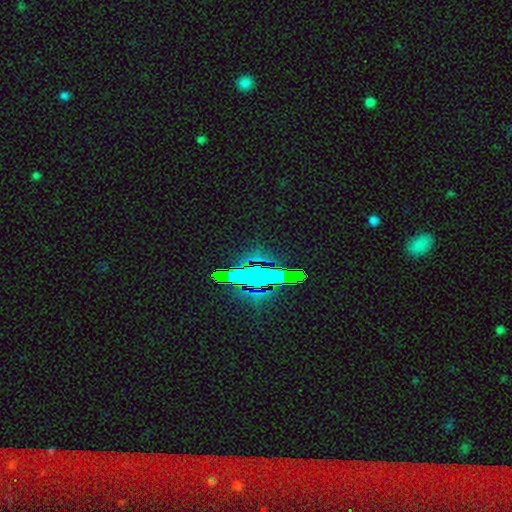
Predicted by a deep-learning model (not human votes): The model was most divided on "smooth or featured": star or artifact: 76%, featured or disk: 12%, smooth: 11%.